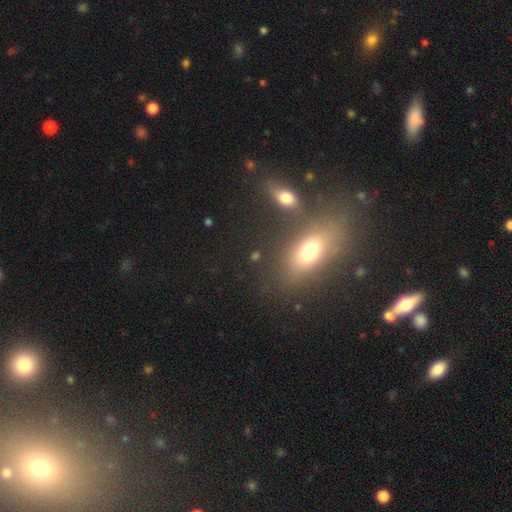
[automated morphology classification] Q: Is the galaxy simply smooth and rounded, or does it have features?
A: smooth — 62%.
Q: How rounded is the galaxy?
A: in between — 61%.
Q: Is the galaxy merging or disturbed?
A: none — 67%.